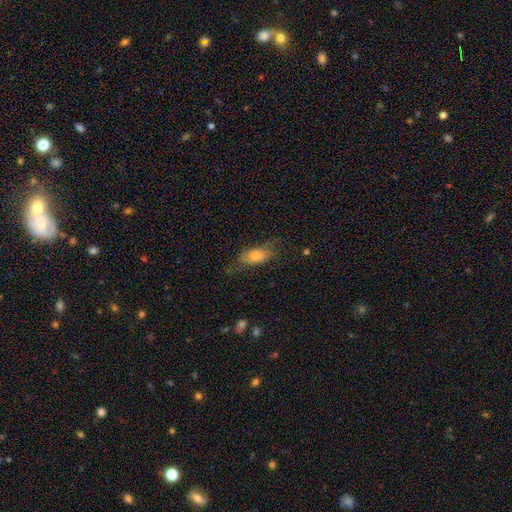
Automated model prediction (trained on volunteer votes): This appears to be a smooth galaxy with no disk features (67%) that is in between round and cigar-shaped (80%). Merging: none (55%).